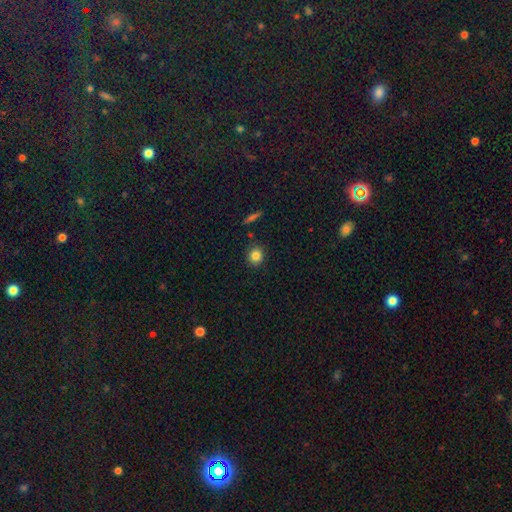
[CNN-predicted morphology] smooth 83%, star or artifact 10%, featured or disk 7%. Down the decision tree: how rounded — round (84%); merging — none (88%).